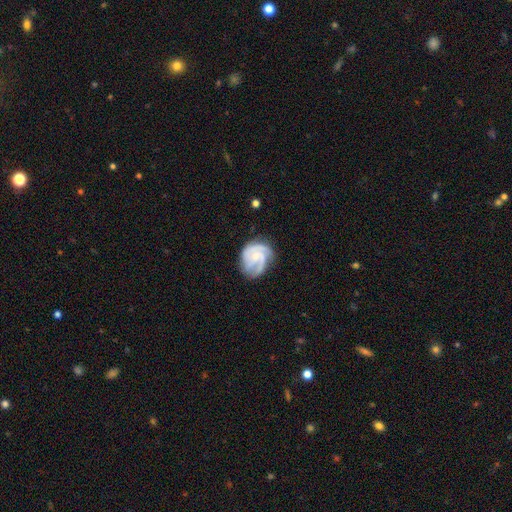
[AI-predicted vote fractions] This is likely a featured or disk galaxy (79%). It is clearly not viewed edge-on (98%). Bar: likely no (67%). Spiral arm pattern: clearly yes (95%). Spiral arm count: possibly 3 (47%). Spiral winding: possibly tight (49%). Central bulge: likely small (63%). Merging: likely none (61%).